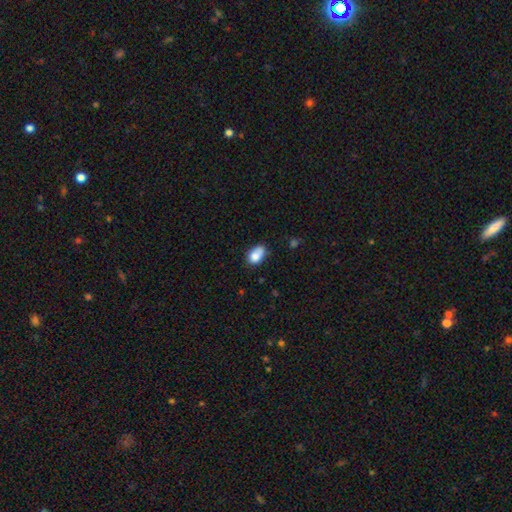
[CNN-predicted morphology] The model was most divided on "merging": none: 48%, minor disturbance: 31%, merger: 13%, major disturbance: 9%. More confident: smooth or featured — smooth (81%); how rounded — in between (81%).